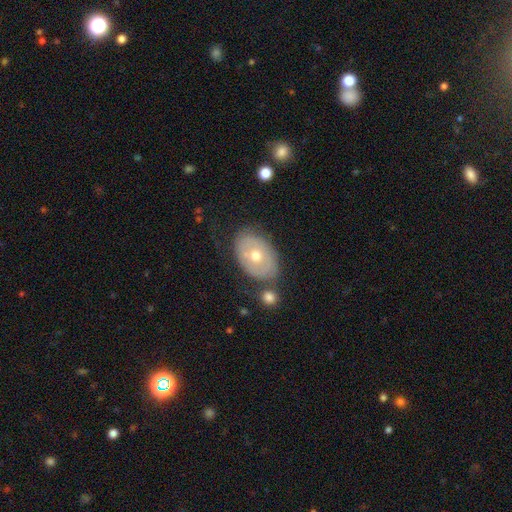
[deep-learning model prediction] smooth 47%, featured or disk 46%, star or artifact 7%. Down the decision tree: merging — none (69%).